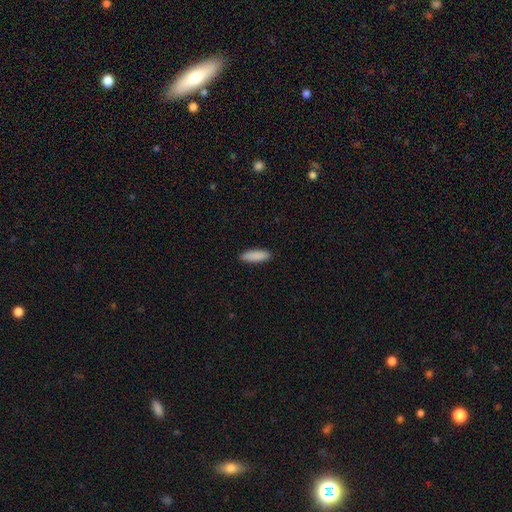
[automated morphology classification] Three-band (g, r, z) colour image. It shows a smooth galaxy with no disk features (90%) that is cigar-shaped (51%). Merging: none (91%).